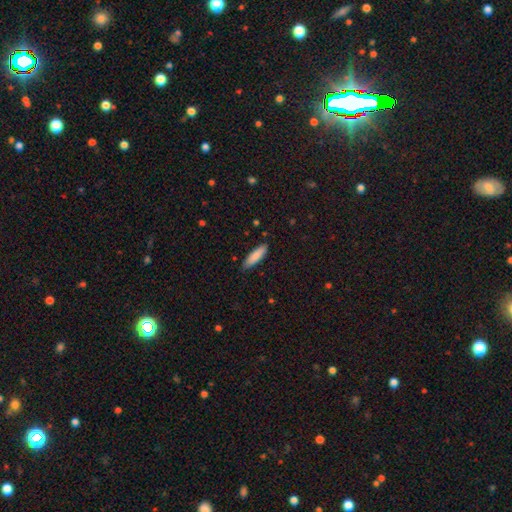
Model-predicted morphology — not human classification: Overall: smooth (84%). How rounded: cigar-shaped (61%; in between 37%). Merging: none (85%).